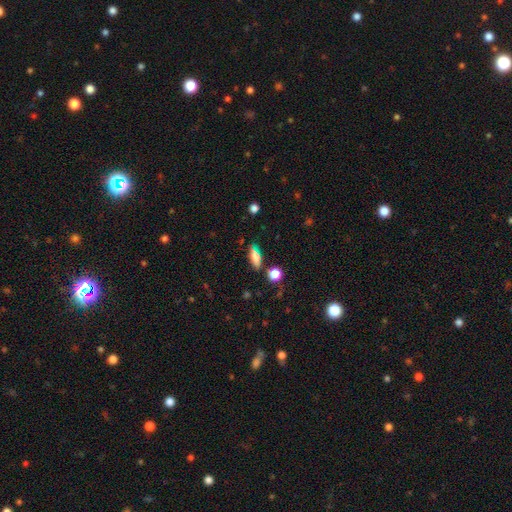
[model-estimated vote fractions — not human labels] A smooth galaxy with no disk features (75%) that is in between round and cigar-shaped (70%).

Vote fractions:
- Smooth or featured? smooth: 75% / featured or disk: 13% / star or artifact: 12%
- How rounded? in between: 70% / cigar-shaped: 24% / round: 6%
- Merging? none: 74% / minor disturbance: 16% / merger: 6% / major disturbance: 4%